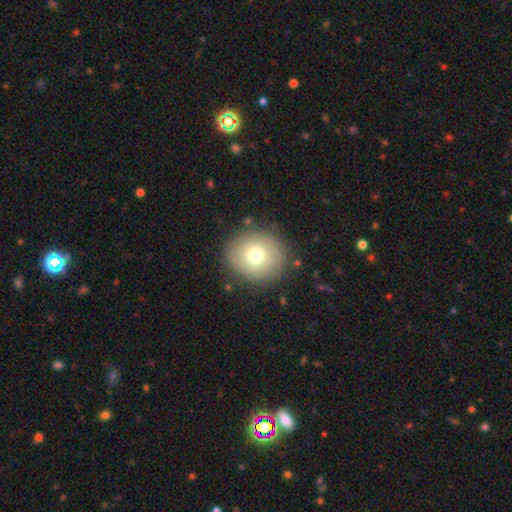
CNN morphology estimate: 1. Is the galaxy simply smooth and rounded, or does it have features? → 71% smooth, 18% featured or disk, 11% star or artifact.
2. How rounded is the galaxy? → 85% round, 14% in between, 1% cigar-shaped.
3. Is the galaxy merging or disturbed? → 85% none, 9% minor disturbance, 4% major disturbance, 2% merger.